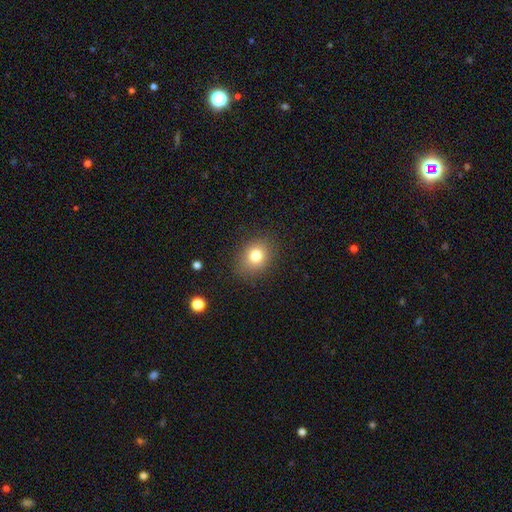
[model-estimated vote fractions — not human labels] This is likely a smooth galaxy (79%). How rounded: possibly round (56%). Merging: clearly none (84%).